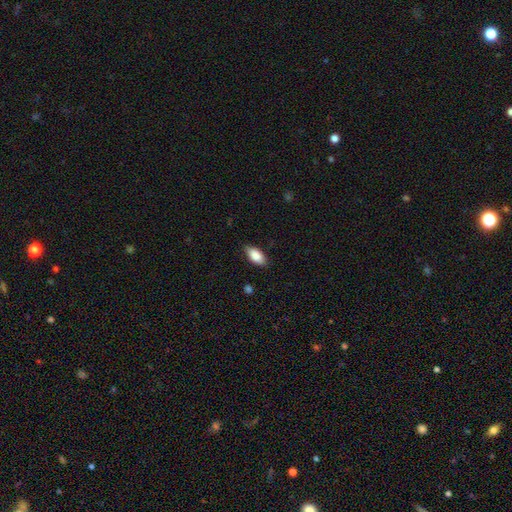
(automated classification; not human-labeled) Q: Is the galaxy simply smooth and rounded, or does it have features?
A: smooth — 87%.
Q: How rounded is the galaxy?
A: in between — 91%.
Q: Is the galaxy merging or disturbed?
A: none — 85%.